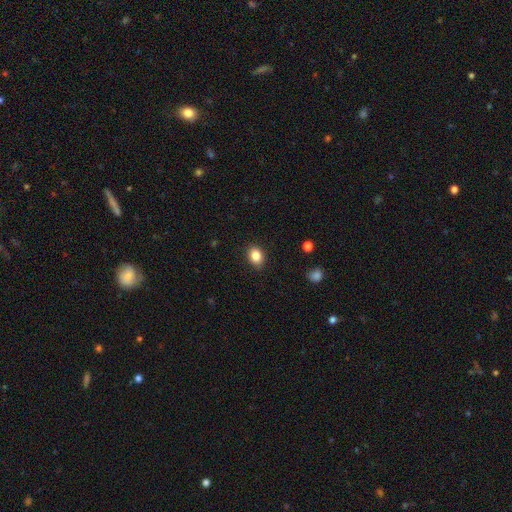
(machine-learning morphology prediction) This is clearly a smooth galaxy (85%). How rounded: likely in between (65%). Merging: clearly none (88%).